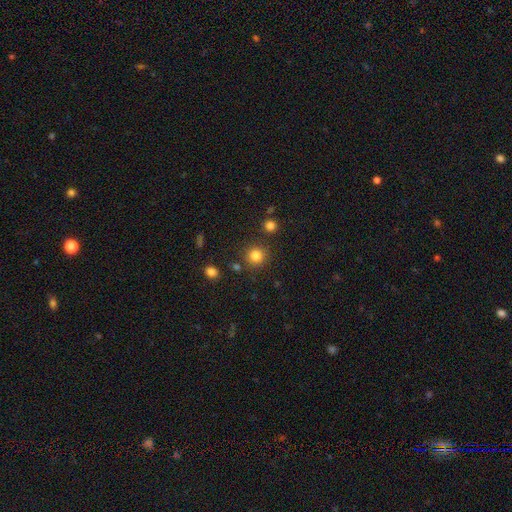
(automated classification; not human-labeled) This is clearly a smooth galaxy (83%). How rounded: clearly round (92%). Merging: clearly none (86%).